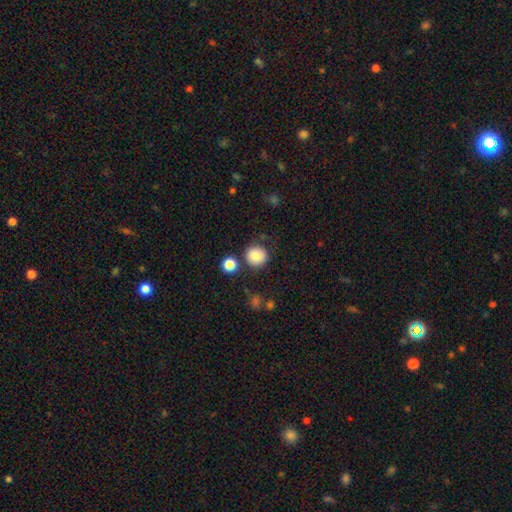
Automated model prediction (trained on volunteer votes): This is clearly a smooth galaxy (82%). How rounded: clearly round (94%). Merging: clearly none (83%).